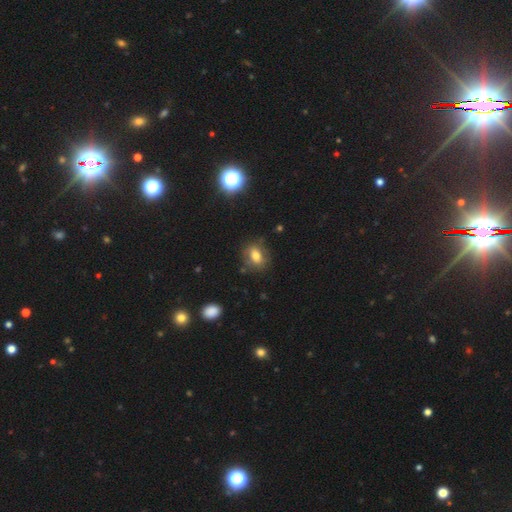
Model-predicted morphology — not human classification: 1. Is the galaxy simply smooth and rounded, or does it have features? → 71% smooth, 16% featured or disk, 12% star or artifact.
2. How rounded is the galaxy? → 69% in between, 28% round, 3% cigar-shaped.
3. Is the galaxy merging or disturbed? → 76% none, 16% minor disturbance, 5% major disturbance, 3% merger.